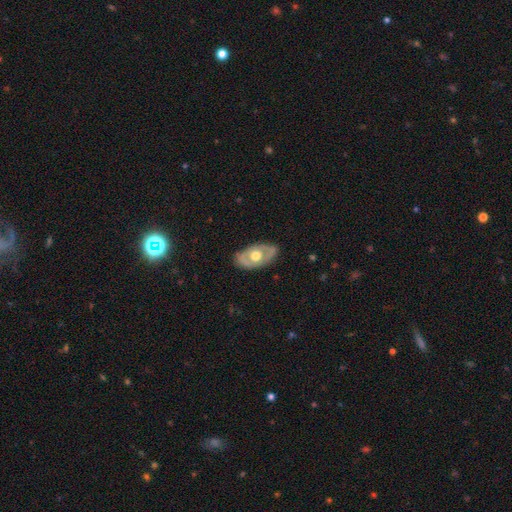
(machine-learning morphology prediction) This is possibly a featured or disk galaxy (59%). It is clearly not viewed edge-on (87%). Bar: clearly no (88%). Spiral arm pattern: clearly no (82%). Central bulge: likely moderate (62%). Merging: likely none (80%).